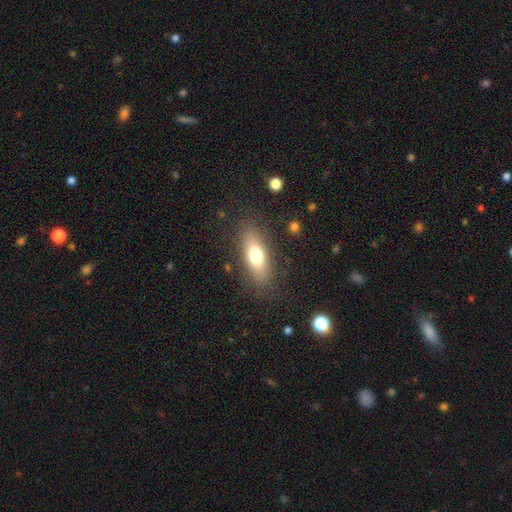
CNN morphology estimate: This is likely a smooth galaxy (67%). How rounded: likely in between (65%). Merging: clearly none (84%).